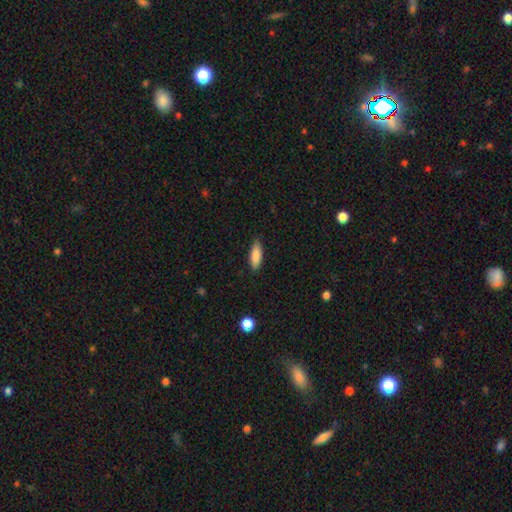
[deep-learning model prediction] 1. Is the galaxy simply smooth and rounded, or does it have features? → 85% smooth, 9% featured or disk, 6% star or artifact.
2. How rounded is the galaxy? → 63% in between, 35% cigar-shaped, 2% round.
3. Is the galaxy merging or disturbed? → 86% none, 11% minor disturbance, 2% major disturbance, 1% merger.